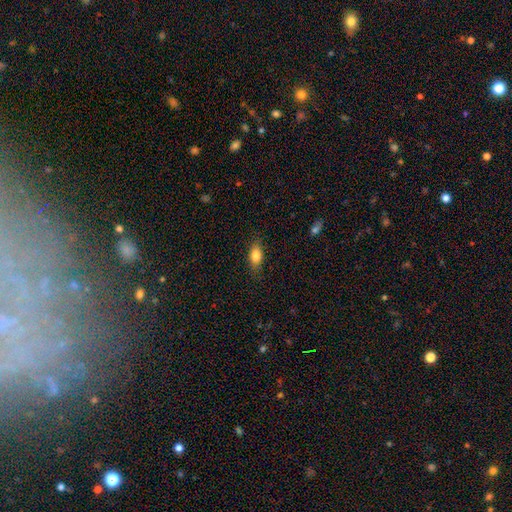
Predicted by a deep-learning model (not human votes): Morphology: type=smooth (81%); roundness=in between (83%); merging=none (81%).